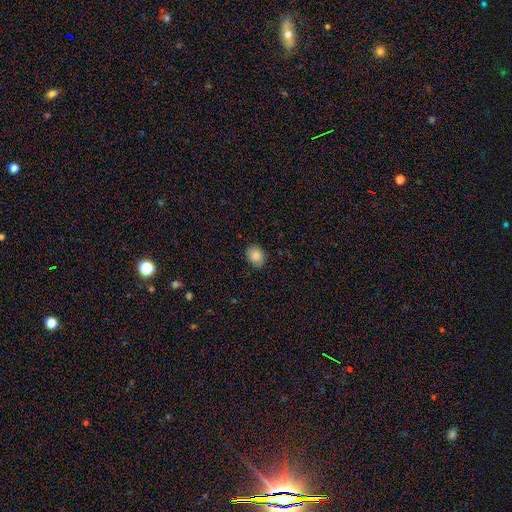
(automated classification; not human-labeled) Smooth or featured? Predicted: smooth (p=0.86). How rounded? Predicted: in between (p=0.57). Merging? Predicted: none (p=0.87).